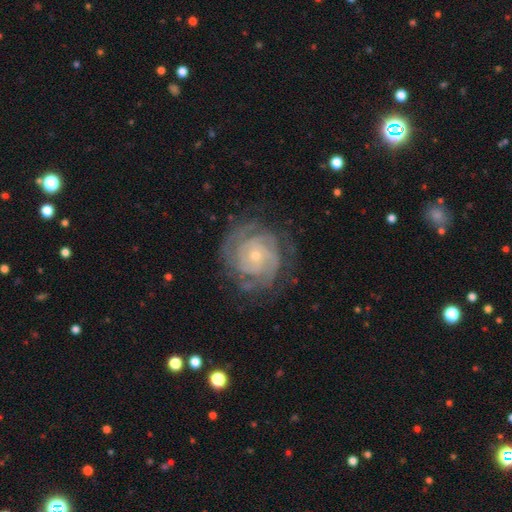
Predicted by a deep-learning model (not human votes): This appears to be a featured or disk galaxy (87%) with no bar (77%), tight (77%) spiral arms (96%) and a small central bulge (73%). Merging: none (73%).